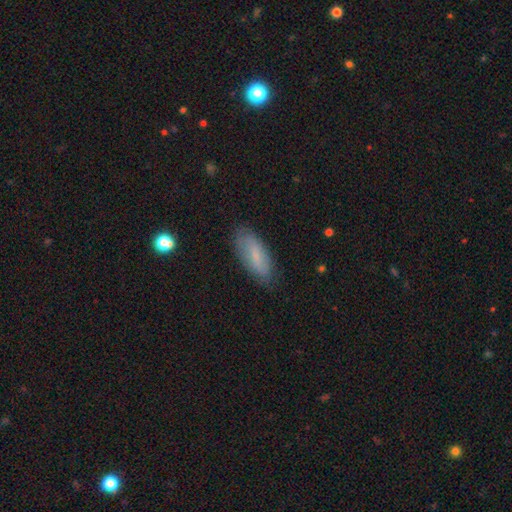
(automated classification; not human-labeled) Smooth or featured? Predicted: smooth (p=0.68). How rounded? Predicted: in between (p=0.74). Merging? Predicted: none (p=0.80).